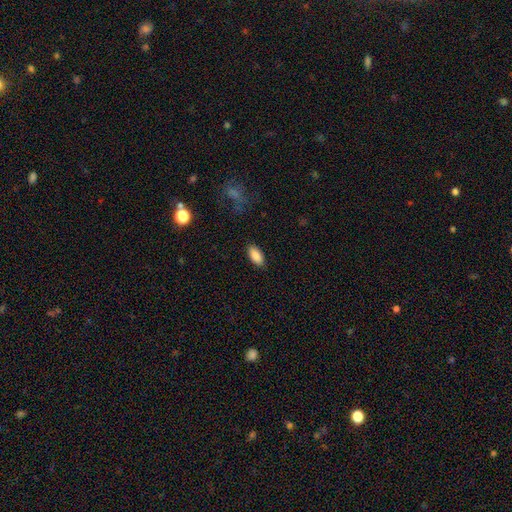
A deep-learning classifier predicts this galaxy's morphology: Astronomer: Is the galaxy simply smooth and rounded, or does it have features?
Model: smooth — 88%.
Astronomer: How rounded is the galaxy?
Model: in between — 91%.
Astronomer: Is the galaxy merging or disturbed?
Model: none — 87%.